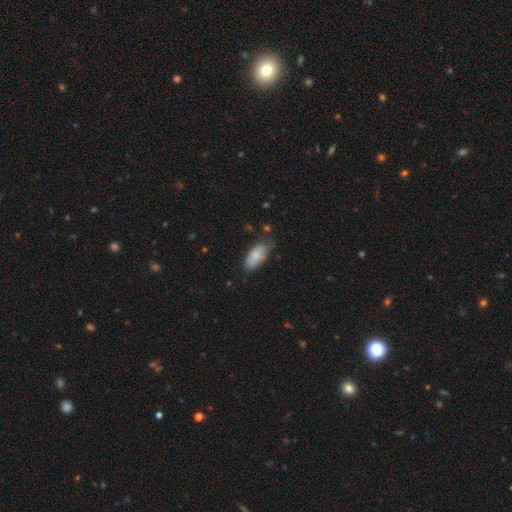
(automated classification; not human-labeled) smooth 80%, featured or disk 13%, star or artifact 7%. Down the decision tree: how rounded — in between (90%); merging — none (61%).